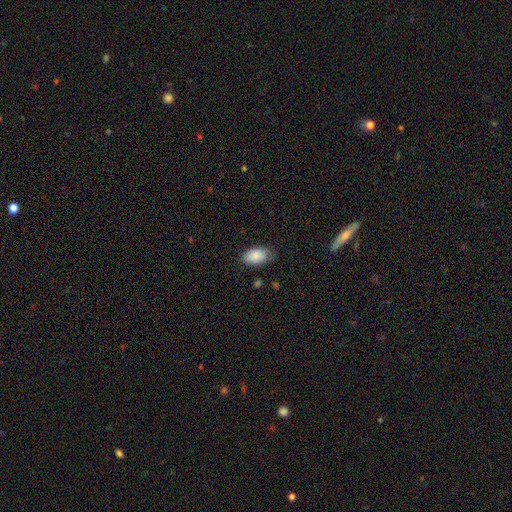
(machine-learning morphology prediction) Smooth or featured? smooth (87%)
How rounded? in between (93%)
Merging? none (68%)